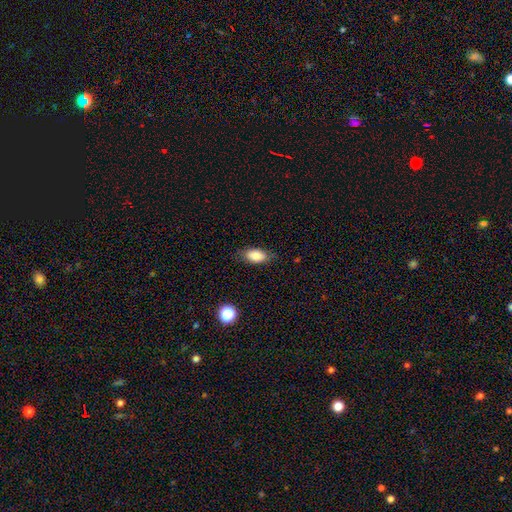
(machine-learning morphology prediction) Smooth or featured? Predicted: smooth (p=0.84). How rounded? Predicted: in between (p=0.89). Merging? Predicted: none (p=0.78).